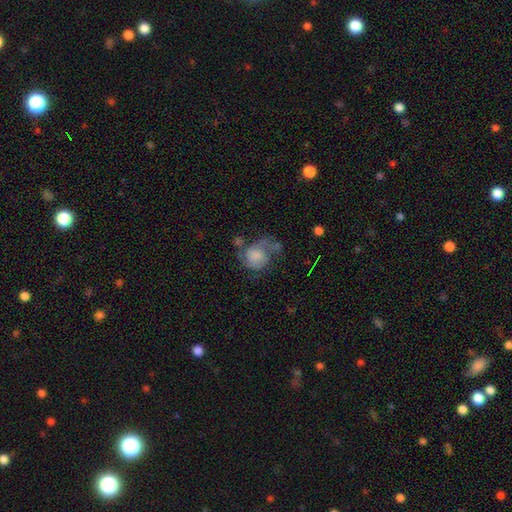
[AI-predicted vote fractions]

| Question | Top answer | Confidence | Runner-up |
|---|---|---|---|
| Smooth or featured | featured or disk | 48% | smooth (44%) |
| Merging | major disturbance | 34% | none (30%) |